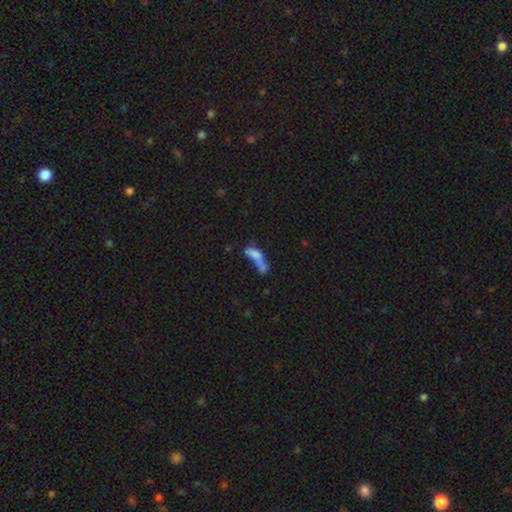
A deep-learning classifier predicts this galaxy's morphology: Overall: smooth (66%). How rounded: in between (62%; cigar-shaped 33%). Merging: merger (54%; none 19%).